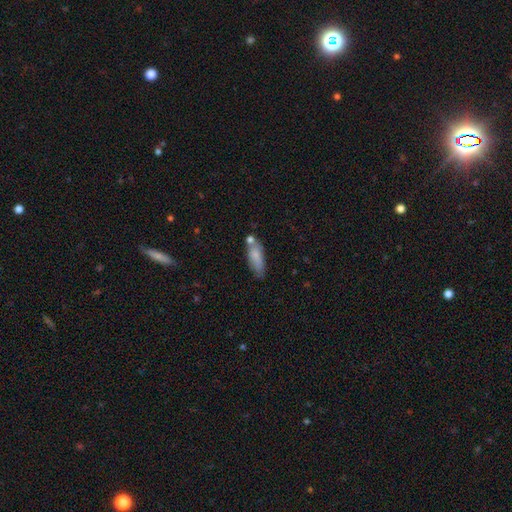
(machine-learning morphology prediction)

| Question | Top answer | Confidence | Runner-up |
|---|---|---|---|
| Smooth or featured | smooth | 77% | featured or disk (16%) |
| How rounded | in between | 66% | cigar-shaped (32%) |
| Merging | none | 55% | minor disturbance (23%) |